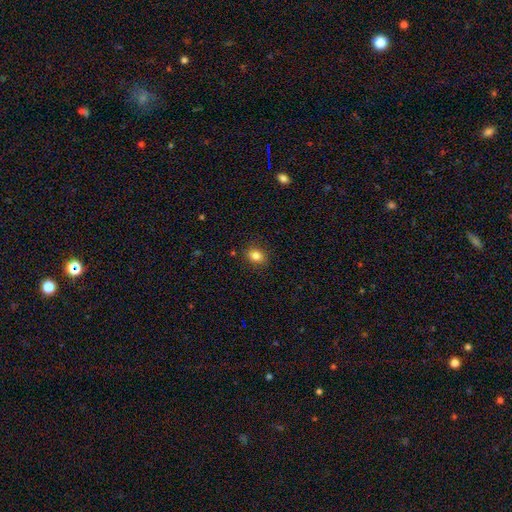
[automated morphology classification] The model was most divided on "how rounded": in between: 53%, round: 46%, cigar-shaped: 1%. More confident: merging — none (87%); smooth or featured — smooth (84%).